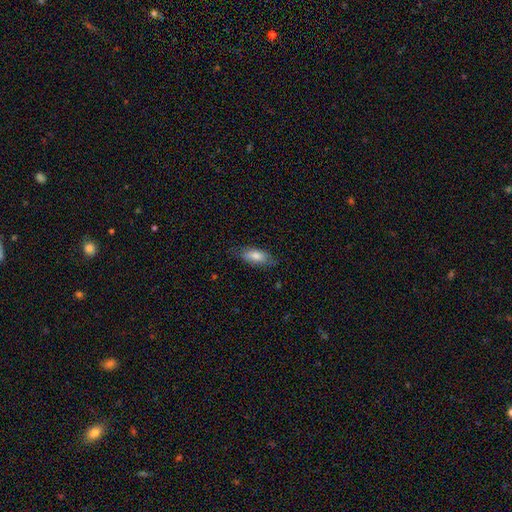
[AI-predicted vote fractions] Q: Smooth or featured?
A: smooth (76%); runner-up: featured or disk (17%)
Q: How rounded?
A: in between (80%); runner-up: cigar-shaped (18%)
Q: Merging?
A: none (74%); runner-up: minor disturbance (20%)